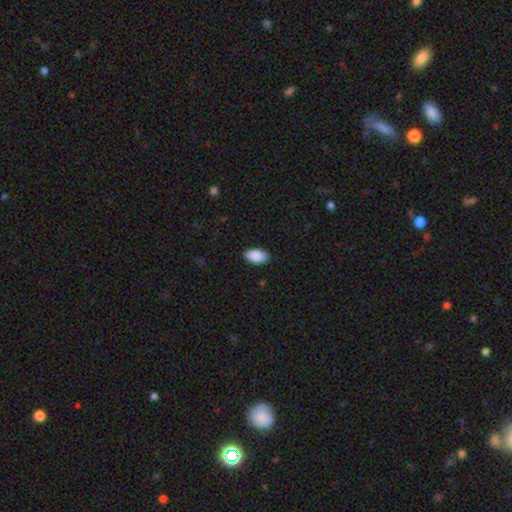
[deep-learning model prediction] Smooth or featured?
  - smooth: 91% *
  - star or artifact: 6%
  - featured or disk: 3%
How rounded?
  - in between: 95% *
  - round: 3%
  - cigar-shaped: 2%
Merging?
  - none: 88% *
  - minor disturbance: 9%
  - major disturbance: 2%
  - merger: 1%